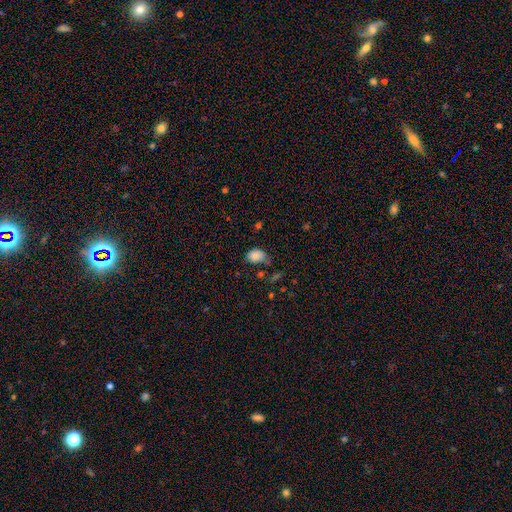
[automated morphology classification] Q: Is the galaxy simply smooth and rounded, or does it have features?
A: smooth — 83%.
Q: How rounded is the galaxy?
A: in between — 76%.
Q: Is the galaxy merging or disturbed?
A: none — 56%.